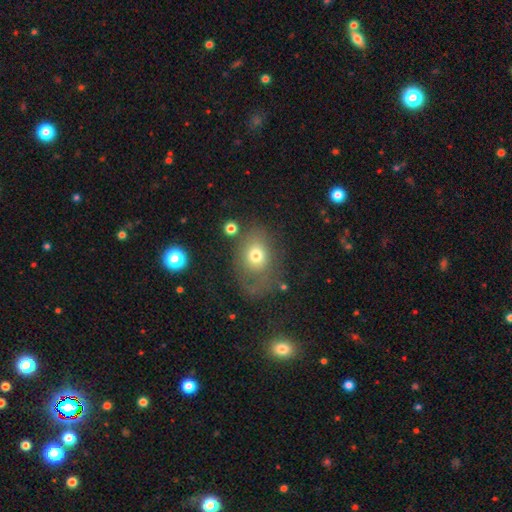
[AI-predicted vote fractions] Smooth or featured? smooth (66%)
How rounded? in between (59%)
Merging? none (46%)